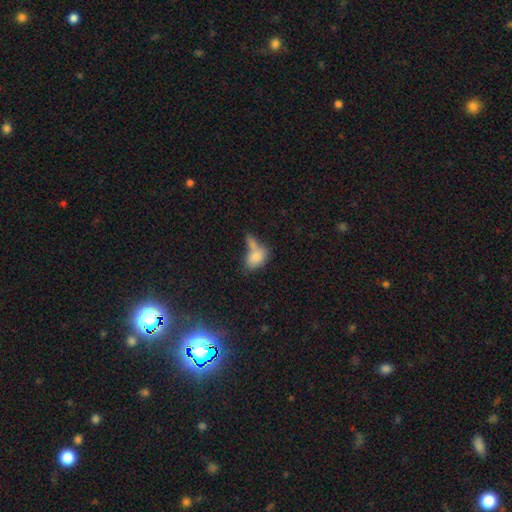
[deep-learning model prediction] Overall: smooth (78%). How rounded: in between (83%). Merging: merger (51%; none 25%).